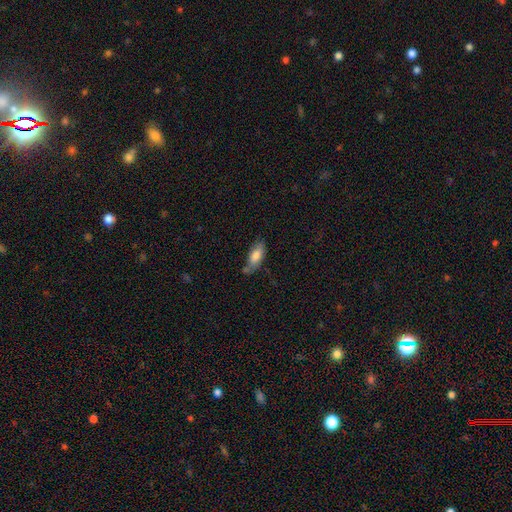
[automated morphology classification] A smooth galaxy with no disk features (78%) that is in between round and cigar-shaped (79%). Merging: none (54%).